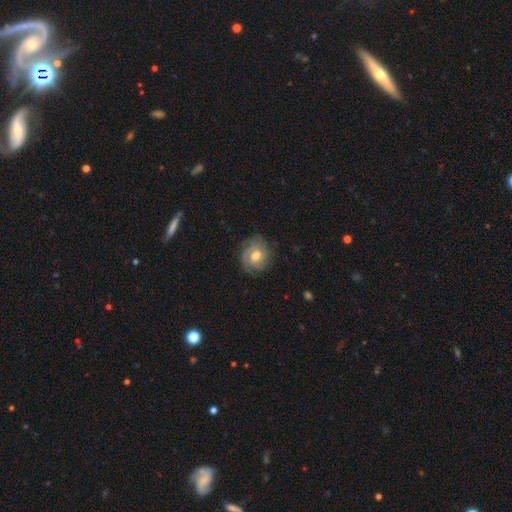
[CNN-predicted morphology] Smooth or featured: featured or disk — 49% (smooth — 43%)
Merging: none — 74% (minor disturbance — 18%)